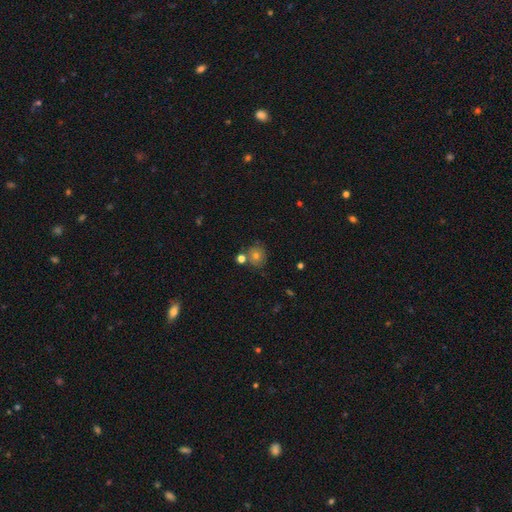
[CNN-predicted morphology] Overall: smooth (70%). How rounded: round (85%). Merging: none (69%).